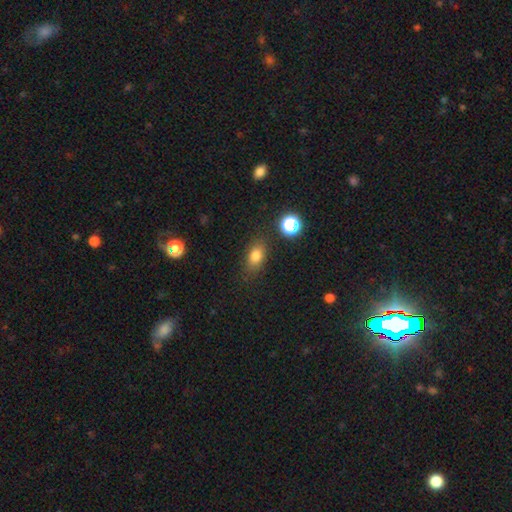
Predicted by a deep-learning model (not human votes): smooth_or_featured: smooth (p=0.79) [alt: star or artifact p=0.13]
how_rounded: in between (p=0.77) [alt: round p=0.18]
merging: none (p=0.81) [alt: minor disturbance p=0.13]